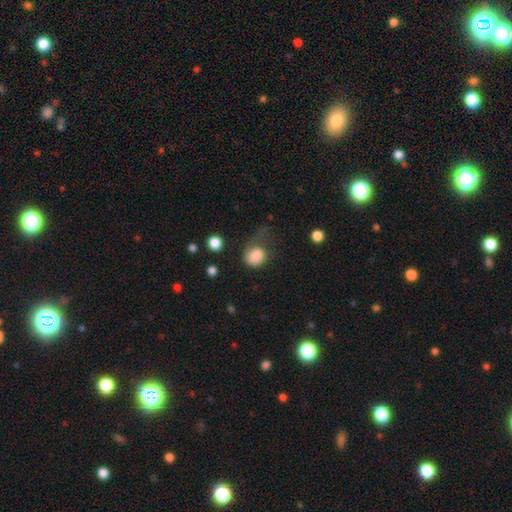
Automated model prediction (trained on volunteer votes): A smooth galaxy with no disk features (83%) that is round (61%). Merging: major disturbance (41%).